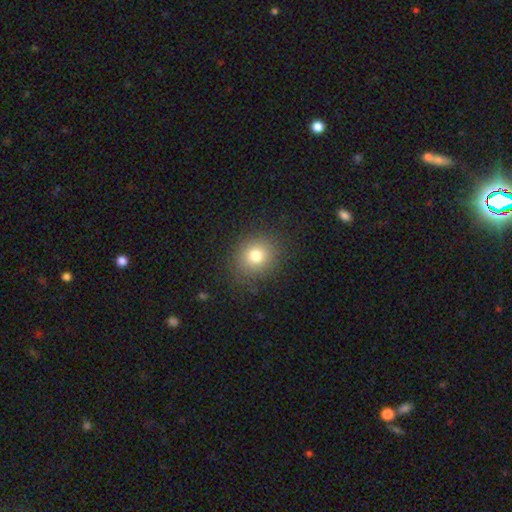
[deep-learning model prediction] Q: Smooth or featured?
A: smooth (77%); runner-up: star or artifact (14%)
Q: How rounded?
A: round (78%); runner-up: in between (21%)
Q: Merging?
A: none (87%); runner-up: minor disturbance (9%)